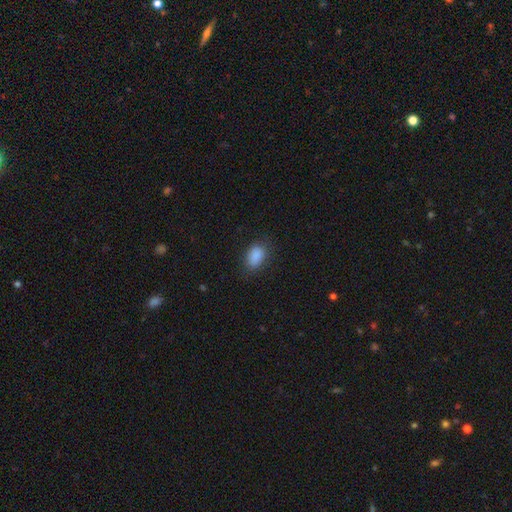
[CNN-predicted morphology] A smooth galaxy with no disk features (88%) that is in between round and cigar-shaped (85%). Merging: none (77%).